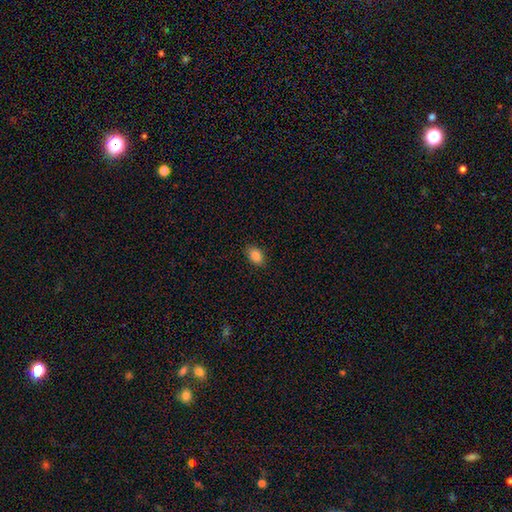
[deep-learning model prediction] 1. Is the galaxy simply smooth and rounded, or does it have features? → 86% smooth, 9% star or artifact, 5% featured or disk.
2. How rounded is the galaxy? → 85% in between, 13% round, 1% cigar-shaped.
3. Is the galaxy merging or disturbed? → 88% none, 9% minor disturbance, 2% major disturbance, 1% merger.